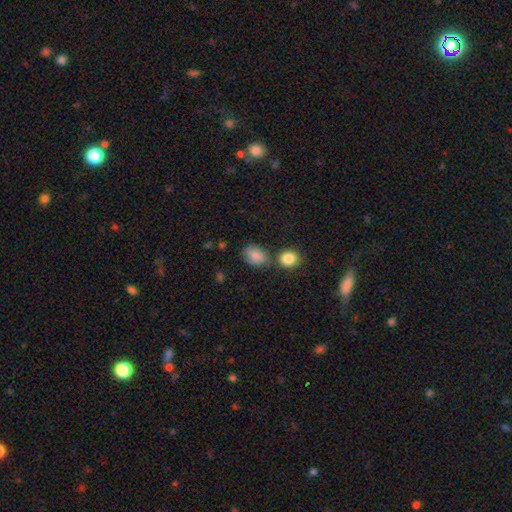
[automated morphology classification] smooth-or-featured: smooth: 85% | star or artifact: 9% | featured or disk: 7%
  how-rounded: in between: 68% | round: 30% | cigar-shaped: 1%
  merging: none: 62% | minor disturbance: 18% | merger: 15% | major disturbance: 5%